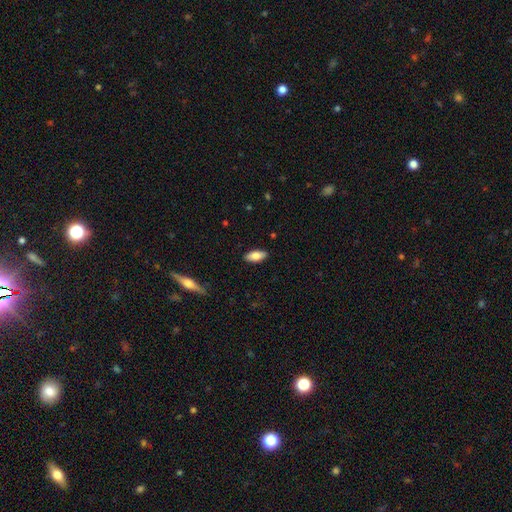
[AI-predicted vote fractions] smooth 82%, featured or disk 12%, star or artifact 6%. Down the decision tree: how rounded — in between (85%); merging — none (88%).